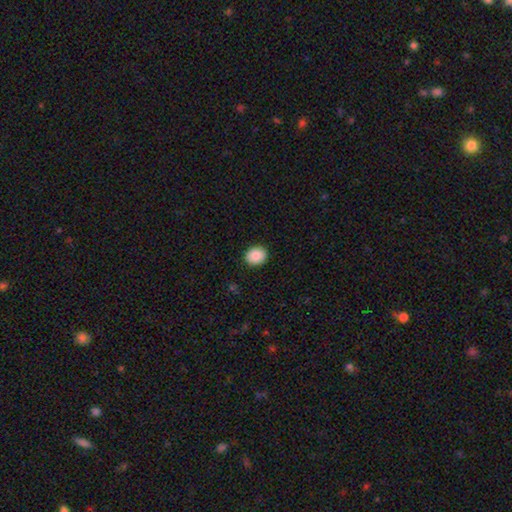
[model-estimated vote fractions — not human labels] Morphology: type=smooth (87%); roundness=round (64%); merging=none (91%).